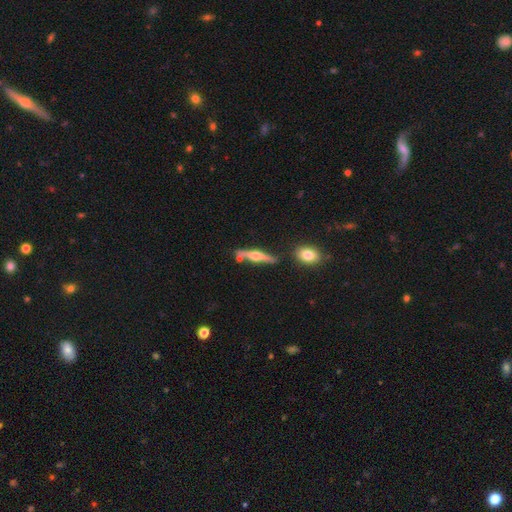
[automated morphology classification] Smooth or featured?
  - featured or disk: 69% *
  - smooth: 25%
  - star or artifact: 6%
Edge-on disk?
  - yes: 97% *
  - no: 3%
Edge-on bulge?
  - rounded: 93% *
  - boxy: 4%
  - none: 3%
Merging?
  - none: 76% *
  - minor disturbance: 12%
  - merger: 9%
  - major disturbance: 3%